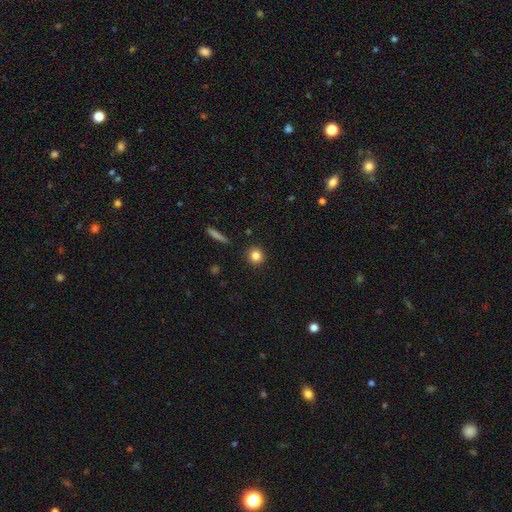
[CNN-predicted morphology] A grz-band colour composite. It shows a smooth galaxy with no disk features (83%) that is round (91%). Merging: none (91%).